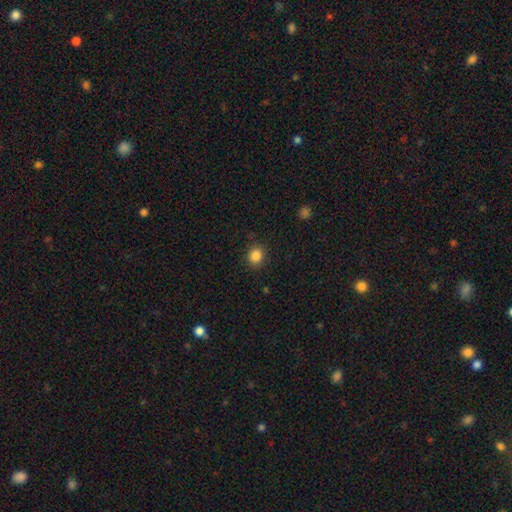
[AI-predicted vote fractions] A smooth galaxy with no disk features (86%) that is round (78%). Merging: none (89%).